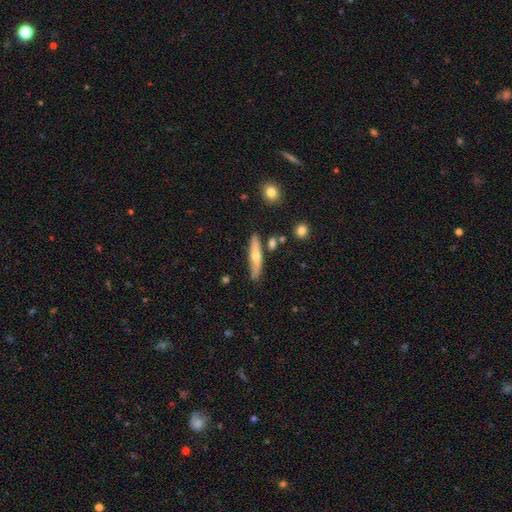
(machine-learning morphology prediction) Smooth or featured: smooth — 55% (featured or disk — 39%)
How rounded: cigar-shaped — 81% (in between — 17%)
Merging: none — 77% (minor disturbance — 15%)